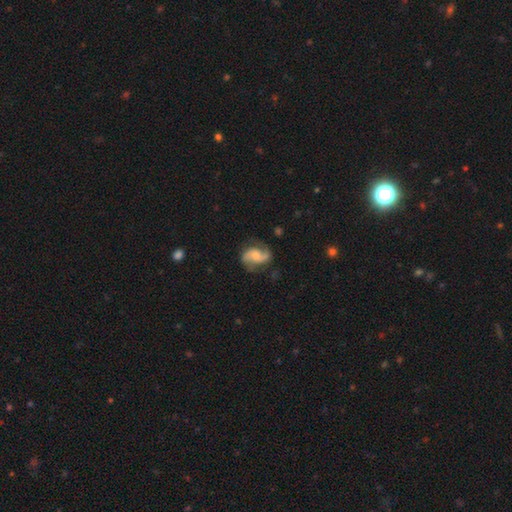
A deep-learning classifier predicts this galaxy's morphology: Smooth or featured: featured or disk — 80% (smooth — 14%)
Edge-on disk: no — 98% (yes — 2%)
Bar: no — 53% (weak — 37%)
Spiral arms: yes — 96% (no — 4%)
Spiral winding: medium — 46% (loose — 41%)
Spiral arm count: 2 — 90% (1 — 4%)
Bulge size: moderate — 41% (small — 36%)
Merging: none — 72% (minor disturbance — 18%)